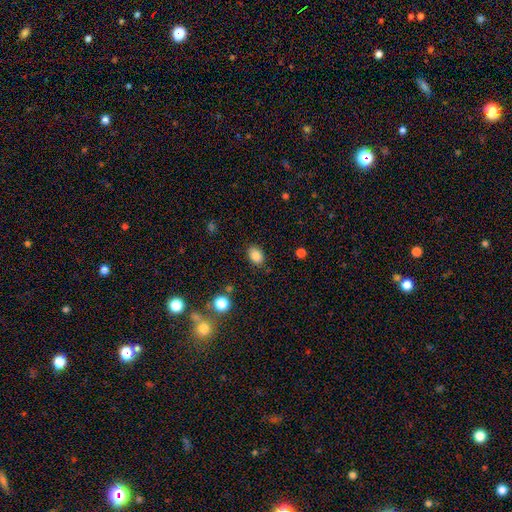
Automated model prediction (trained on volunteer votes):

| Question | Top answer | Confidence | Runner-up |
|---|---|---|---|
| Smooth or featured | smooth | 85% | star or artifact (10%) |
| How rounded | in between | 76% | round (23%) |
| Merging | none | 84% | minor disturbance (11%) |